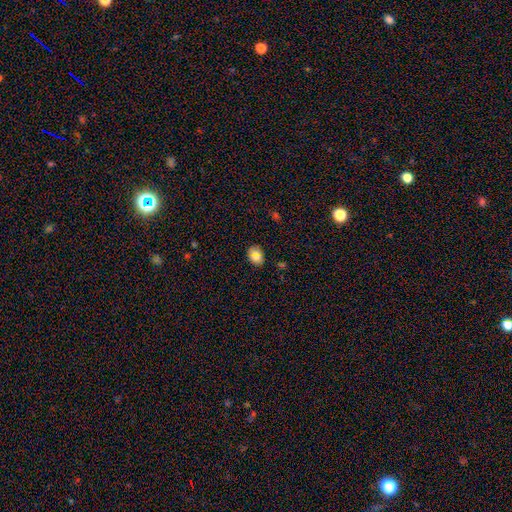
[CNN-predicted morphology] Q: Smooth or featured?
A: smooth (81%); runner-up: featured or disk (10%)
Q: How rounded?
A: in between (67%); runner-up: round (32%)
Q: Merging?
A: none (81%); runner-up: minor disturbance (14%)